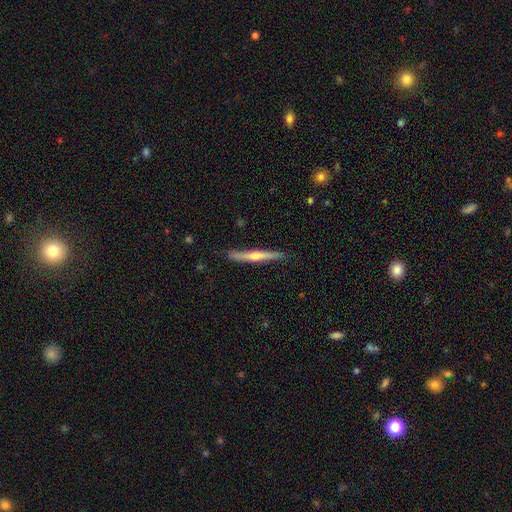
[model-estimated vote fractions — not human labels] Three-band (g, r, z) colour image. It shows a featured or disk galaxy (61%) viewed edge-on (97%) with a rounded central bulge (83%). Merging: none (87%).